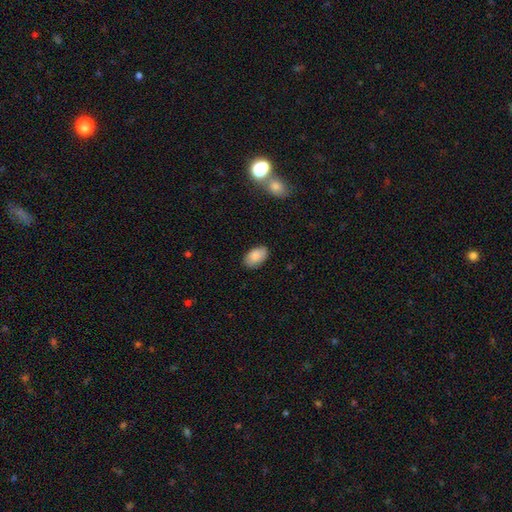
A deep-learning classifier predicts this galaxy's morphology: This is clearly a smooth galaxy (85%). How rounded: clearly in between (93%). Merging: clearly none (83%).